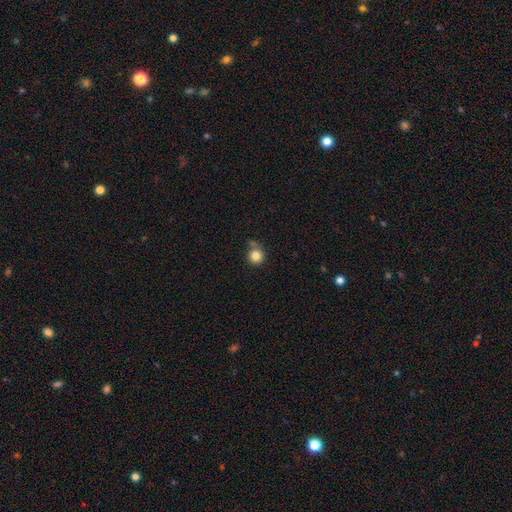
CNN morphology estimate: smooth 84%, star or artifact 10%, featured or disk 6%. Down the decision tree: how rounded — round (93%); merging — none (66%).